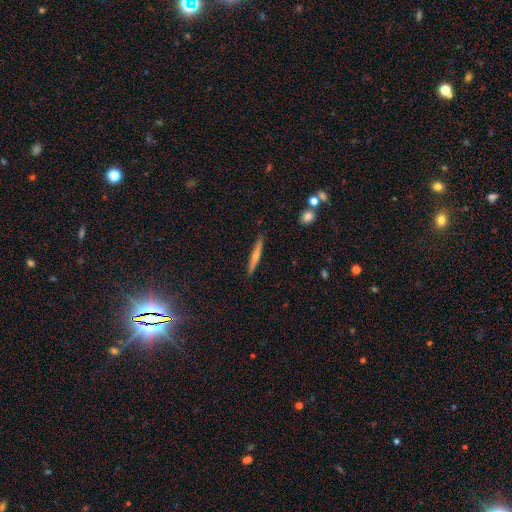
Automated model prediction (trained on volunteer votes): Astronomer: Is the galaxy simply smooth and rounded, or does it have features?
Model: featured or disk — 59%.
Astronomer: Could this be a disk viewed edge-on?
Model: yes — 96%.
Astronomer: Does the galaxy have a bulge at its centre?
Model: rounded — 81%.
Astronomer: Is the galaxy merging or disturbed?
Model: none — 89%.